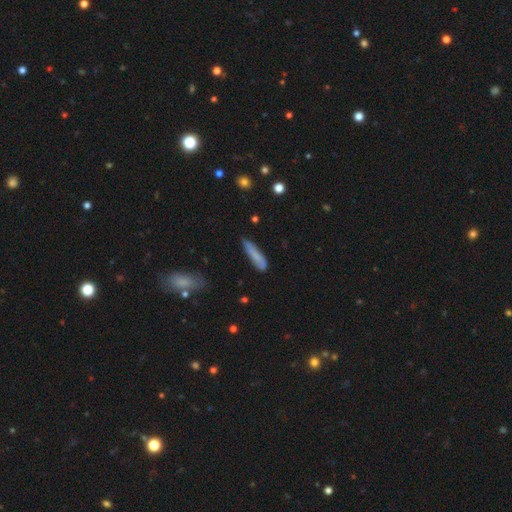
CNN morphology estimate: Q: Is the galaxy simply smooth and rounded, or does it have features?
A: smooth — 71%.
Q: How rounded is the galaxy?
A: cigar-shaped — 77%.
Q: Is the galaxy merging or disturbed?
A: none — 60%.